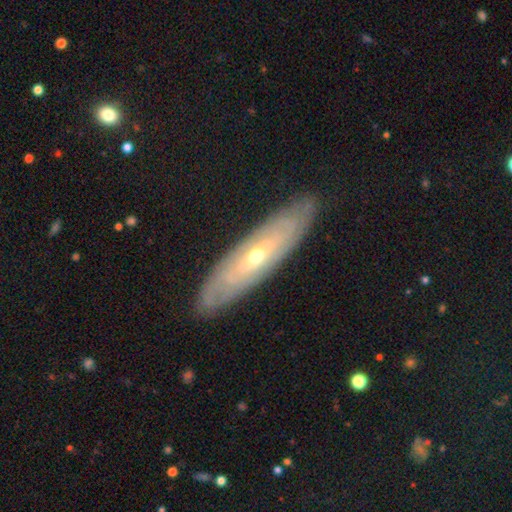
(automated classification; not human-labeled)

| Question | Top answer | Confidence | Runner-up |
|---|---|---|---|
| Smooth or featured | featured or disk | 75% | smooth (17%) |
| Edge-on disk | no | 67% | yes (33%) |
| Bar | no | 63% | weak (27%) |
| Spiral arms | yes | 74% | no (26%) |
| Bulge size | small | 64% | moderate (33%) |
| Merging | none | 87% | minor disturbance (10%) |